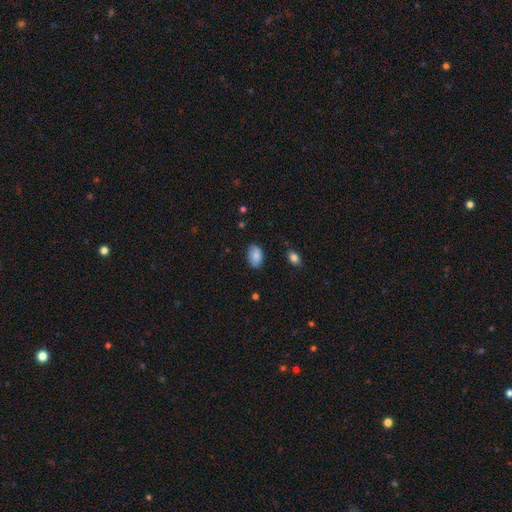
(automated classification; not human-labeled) Smooth or featured: smooth — 87% (star or artifact — 7%)
How rounded: in between — 91% (round — 8%)
Merging: none — 83% (minor disturbance — 13%)